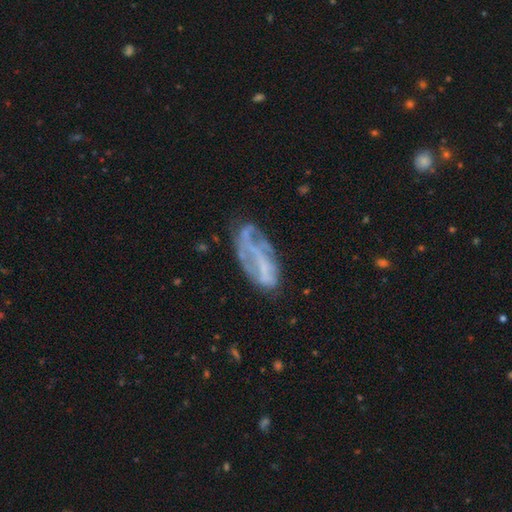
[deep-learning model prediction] Morphology: type=featured or disk (59%); edge-on=no (85%); merging=none (52%).